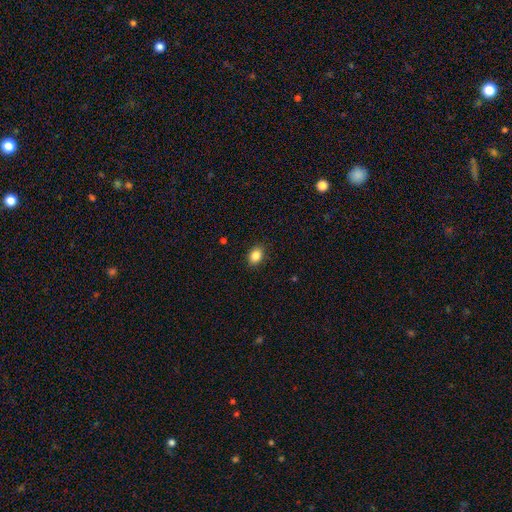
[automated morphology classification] Smooth or featured? Predicted: smooth (p=0.85). How rounded? Predicted: in between (p=0.67). Merging? Predicted: none (p=0.89).